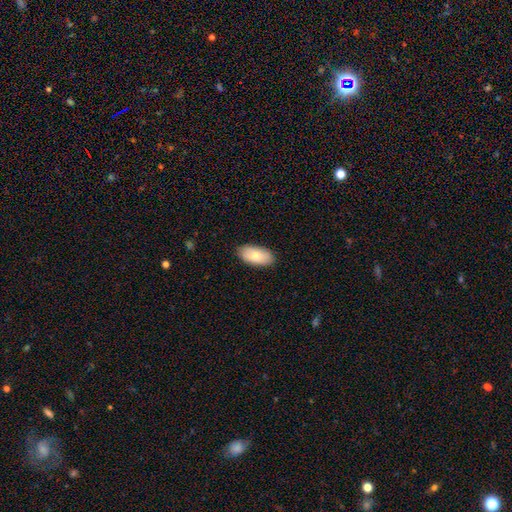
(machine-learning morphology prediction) Smooth or featured: smooth — 78% (featured or disk — 16%)
How rounded: in between — 93% (cigar-shaped — 4%)
Merging: none — 87% (minor disturbance — 10%)